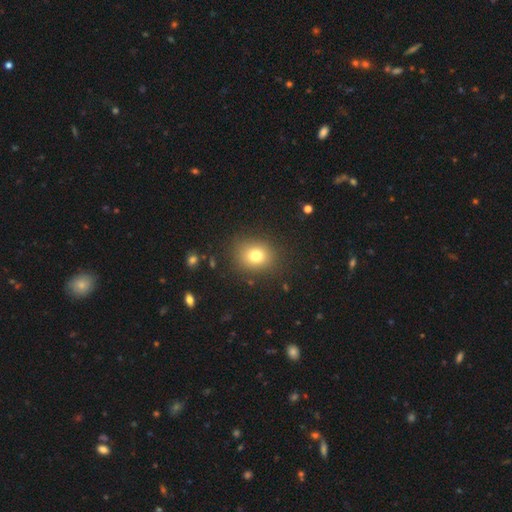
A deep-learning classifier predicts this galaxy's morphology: smooth_or_featured: smooth (p=0.77) [alt: star or artifact p=0.13]
how_rounded: round (p=0.65) [alt: in between p=0.34]
merging: none (p=0.86) [alt: minor disturbance p=0.09]